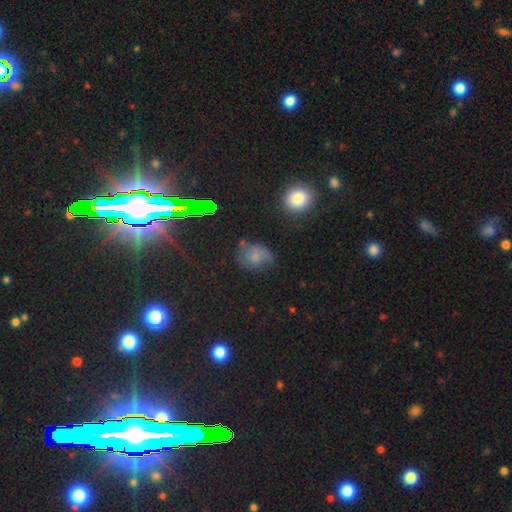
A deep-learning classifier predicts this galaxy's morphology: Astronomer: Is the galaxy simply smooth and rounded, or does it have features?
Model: smooth — 51%.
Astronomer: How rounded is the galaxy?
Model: round — 50% (runner-up: in between, 48%).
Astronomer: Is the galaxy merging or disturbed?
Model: none — 48% (runner-up: minor disturbance, 29%).